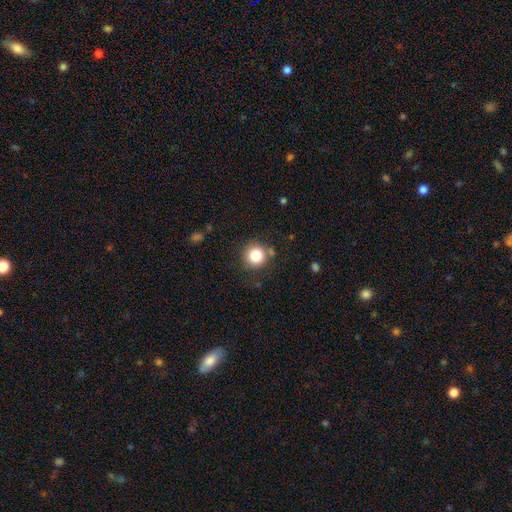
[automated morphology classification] smooth 84%, star or artifact 11%, featured or disk 5%. Down the decision tree: how rounded — round (94%); merging — none (83%).